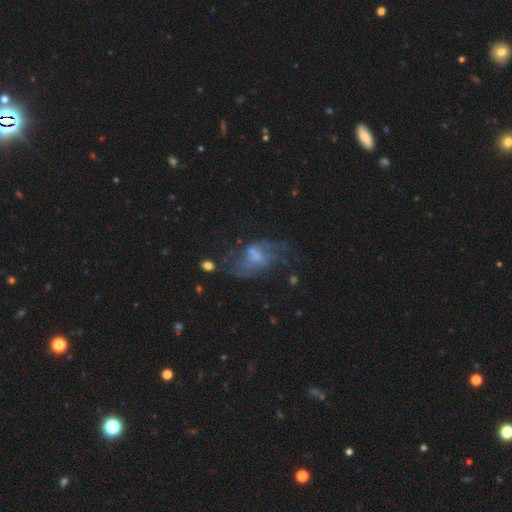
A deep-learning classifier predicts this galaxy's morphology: The model was most divided on "bulge size": small: 32%, none: 30%, moderate: 29%, large: 7%, dominant: 2%. Remaining: edge-on disk — no (95%); smooth or featured — featured or disk (61%); spiral arms — yes (55%); bar — no (47%); merging — none (38%).